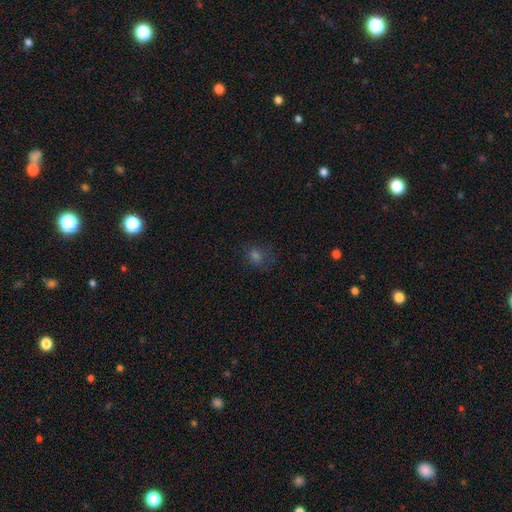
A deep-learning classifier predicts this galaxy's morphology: smooth 61%, star or artifact 27%, featured or disk 11%. Down the decision tree: how rounded — round (62%); merging — none (69%).